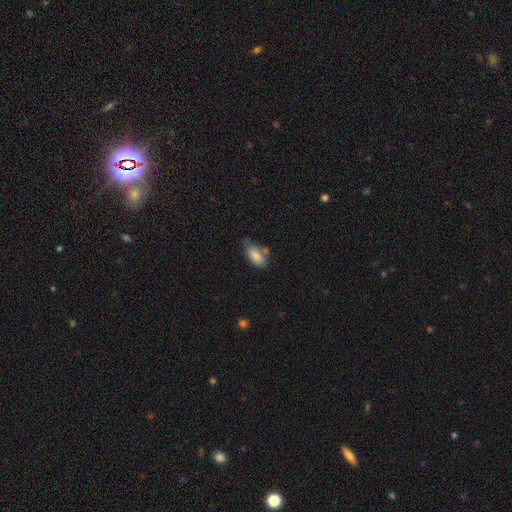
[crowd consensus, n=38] Smooth or featured? smooth (84%)
How rounded? in between (94%)
Merging? none (54%)